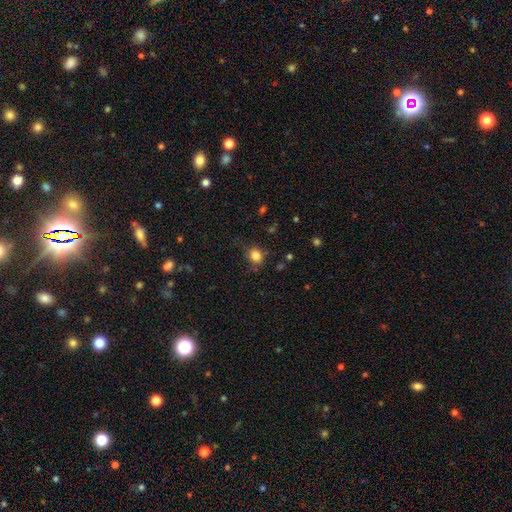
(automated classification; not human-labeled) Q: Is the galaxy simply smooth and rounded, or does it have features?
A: smooth — 82%.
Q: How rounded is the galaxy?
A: round — 60%.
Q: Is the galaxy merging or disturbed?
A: none — 70%.